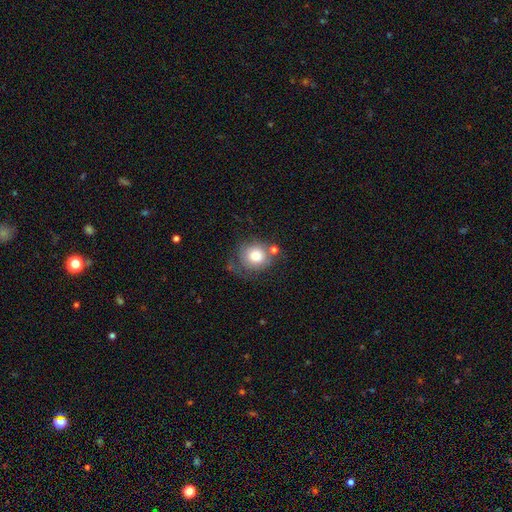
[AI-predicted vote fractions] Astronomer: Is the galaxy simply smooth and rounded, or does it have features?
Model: smooth — 71%.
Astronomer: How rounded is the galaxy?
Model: round — 82%.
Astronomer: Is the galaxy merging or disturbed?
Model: none — 52%.